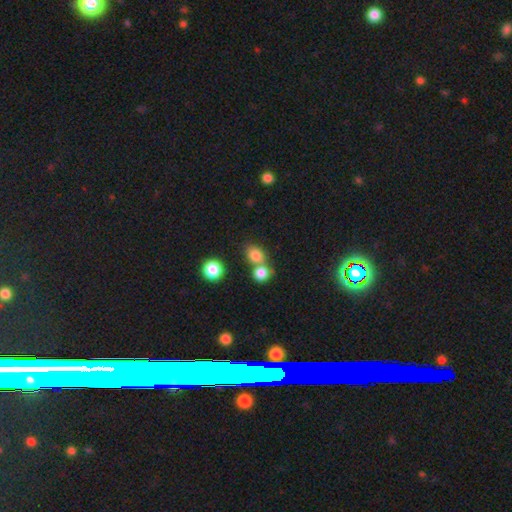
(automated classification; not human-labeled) smooth_or_featured: smooth (p=0.81) [alt: star or artifact p=0.12]
how_rounded: round (p=0.59) [alt: in between p=0.39]
merging: none (p=0.49) [alt: merger p=0.39]